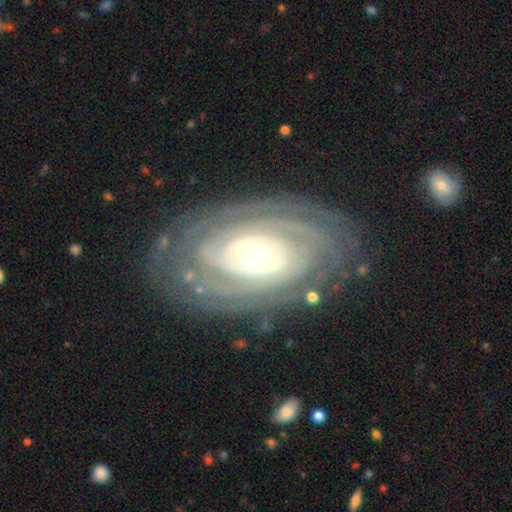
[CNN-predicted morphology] type=featured or disk (88%); edge-on=no (94%); bar=no (47%); spiral arms=yes (94%); winding=tight (84%); arm count=can't tell (37%); bulge=moderate (60%); merging=none (80%).